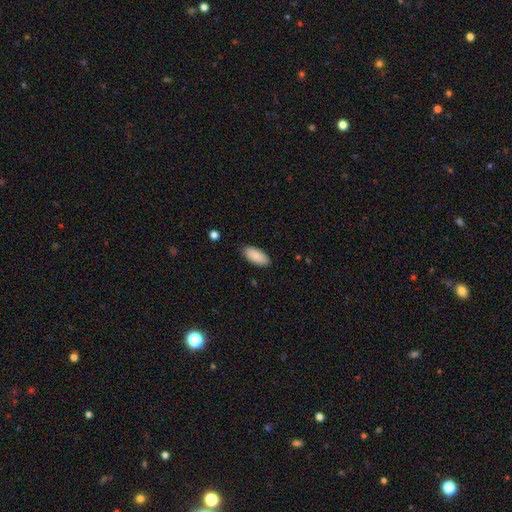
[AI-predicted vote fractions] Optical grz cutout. It shows a smooth galaxy with no disk features (89%) that is in between round and cigar-shaped (90%). Merging: none (88%).